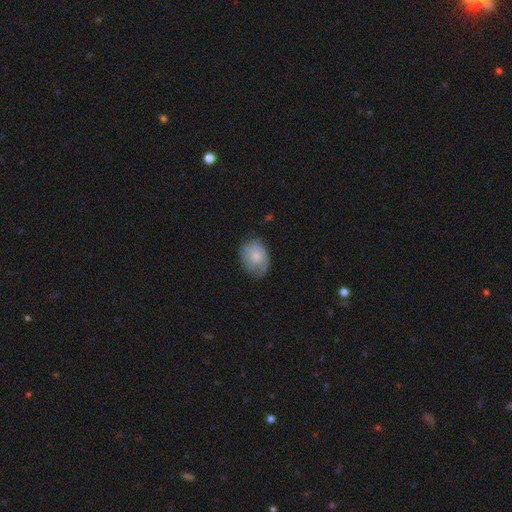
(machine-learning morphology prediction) Overall: smooth (66%; featured or disk 27%). How rounded: in between (57%; round 42%). Merging: none (60%; minor disturbance 31%).